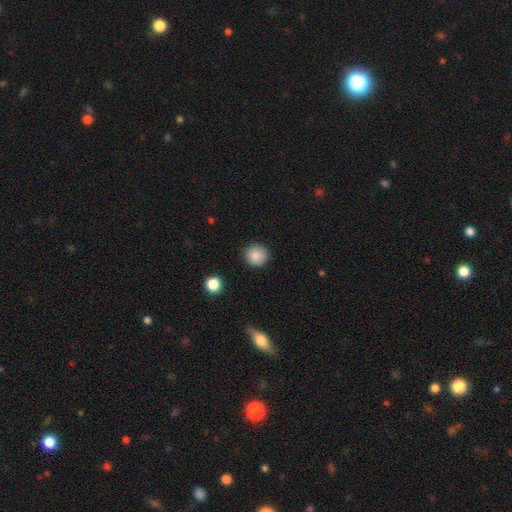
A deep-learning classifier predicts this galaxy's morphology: The model was most divided on "smooth or featured": smooth: 87%, star or artifact: 9%, featured or disk: 4%. More confident: how rounded — round (95%); merging — none (90%).